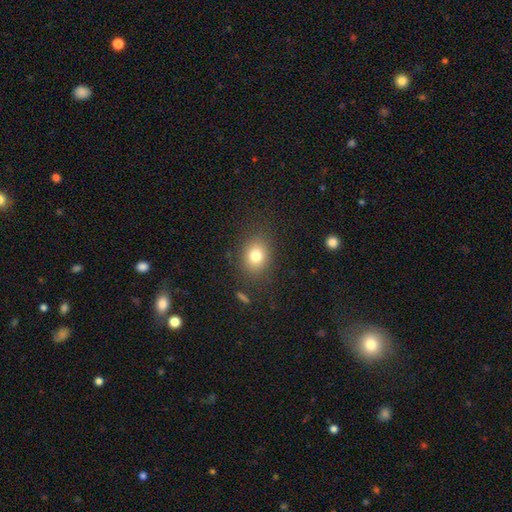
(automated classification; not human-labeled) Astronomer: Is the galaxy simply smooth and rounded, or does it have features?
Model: smooth — 78%.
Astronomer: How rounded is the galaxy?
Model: in between — 51% (runner-up: round, 48%).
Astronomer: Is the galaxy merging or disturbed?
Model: none — 83%.